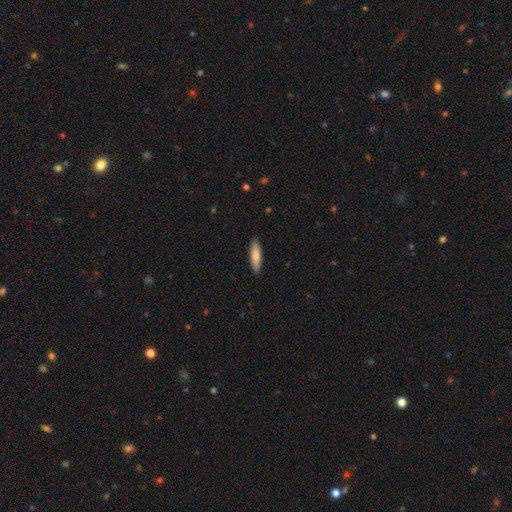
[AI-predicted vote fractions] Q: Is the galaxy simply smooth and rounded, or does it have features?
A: smooth — 85%.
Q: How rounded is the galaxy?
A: cigar-shaped — 71%.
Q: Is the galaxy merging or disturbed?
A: none — 90%.